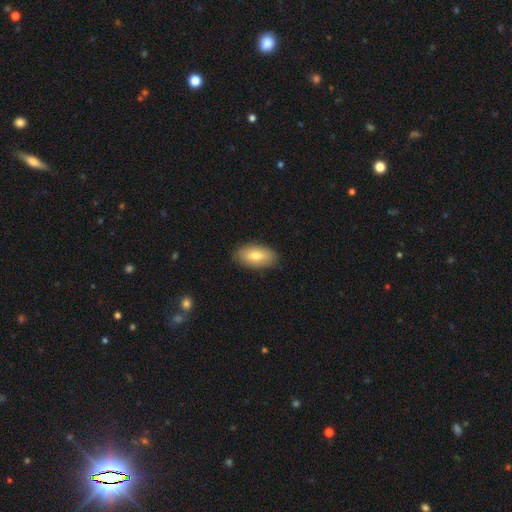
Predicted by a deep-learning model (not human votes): The model was most divided on "smooth or featured": smooth: 77%, featured or disk: 17%, star or artifact: 6%. More confident: how rounded — in between (93%); merging — none (87%).